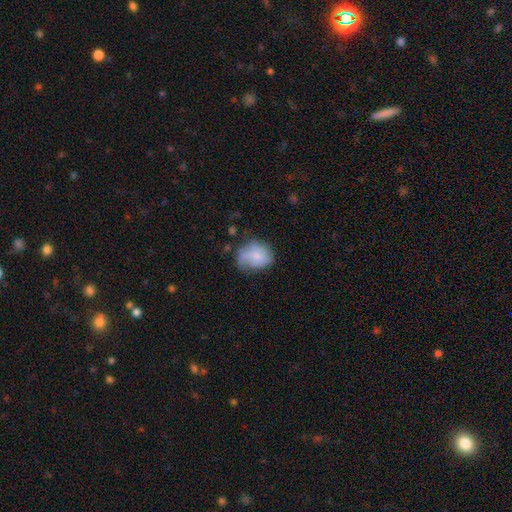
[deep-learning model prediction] smooth-or-featured: smooth: 65% | featured or disk: 27% | star or artifact: 8%
  how-rounded: round: 52% | in between: 47% | cigar-shaped: 1%
  merging: none: 46% | minor disturbance: 34% | major disturbance: 17% | merger: 3%